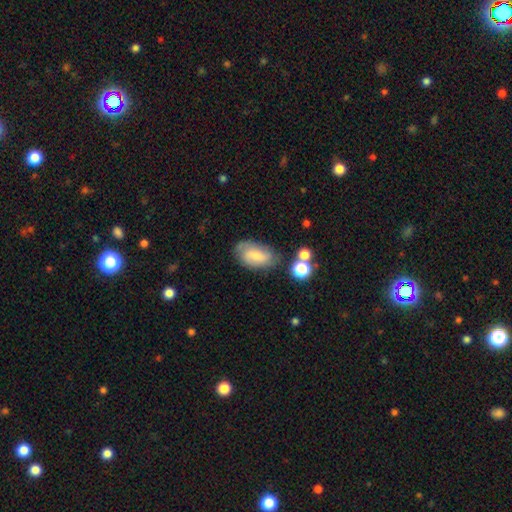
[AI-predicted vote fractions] Smooth or featured? smooth (56%)
How rounded? in between (90%)
Merging? none (65%)